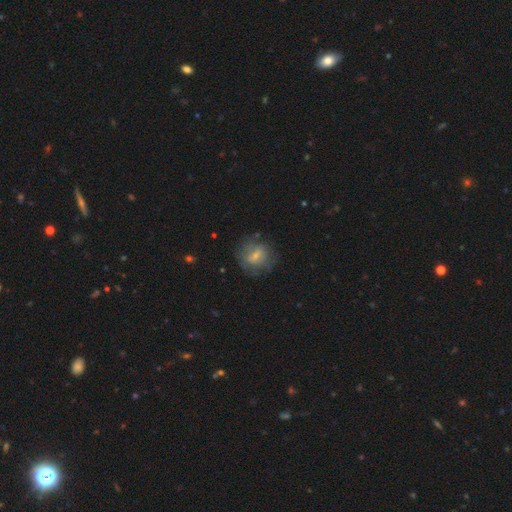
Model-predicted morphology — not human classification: Q: Smooth or featured?
A: featured or disk (45%); tied with: smooth (45%)
Q: Merging?
A: none (66%); runner-up: minor disturbance (20%)